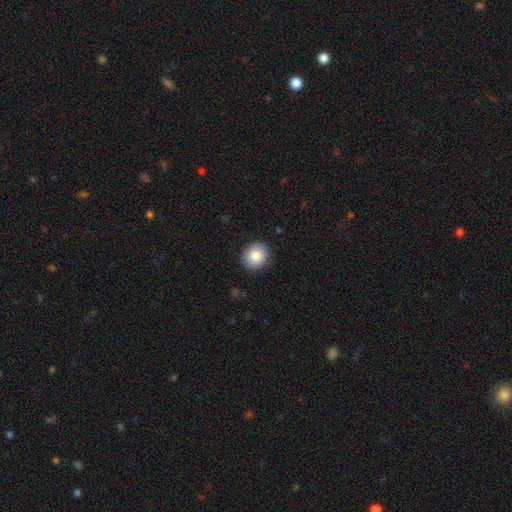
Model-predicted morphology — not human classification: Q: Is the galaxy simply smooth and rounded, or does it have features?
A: smooth — 86%.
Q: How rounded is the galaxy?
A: round — 75%.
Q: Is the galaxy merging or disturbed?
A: none — 89%.